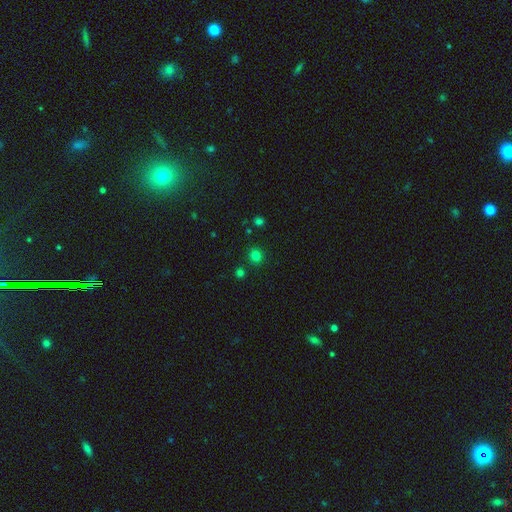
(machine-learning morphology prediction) This appears to be a smooth galaxy with no disk features (77%) that is round (87%). Merging: none (86%).